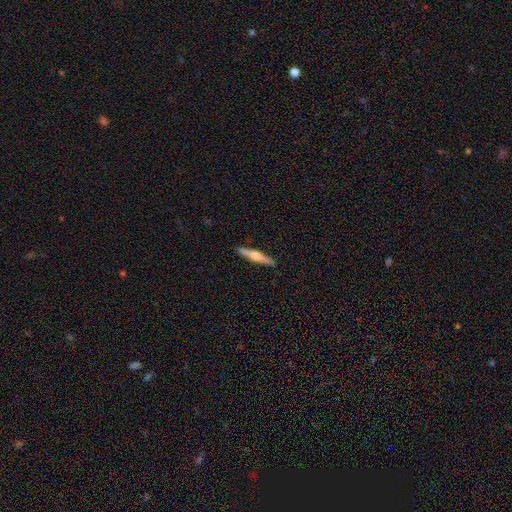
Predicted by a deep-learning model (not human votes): Q: Smooth or featured?
A: featured or disk (57%); runner-up: smooth (38%)
Q: Edge-on disk?
A: yes (97%); runner-up: no (3%)
Q: Edge-on bulge?
A: rounded (89%); runner-up: boxy (6%)
Q: Merging?
A: none (91%); runner-up: minor disturbance (7%)